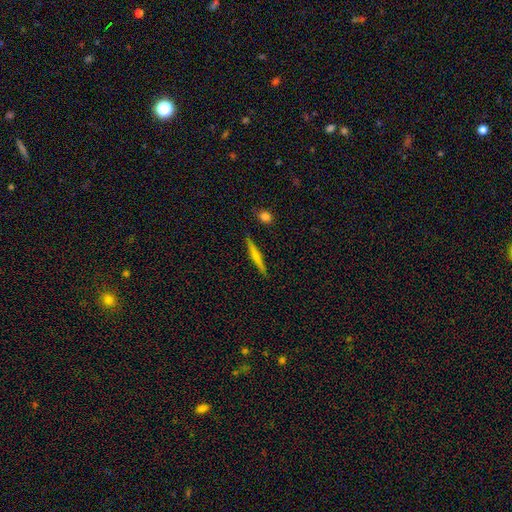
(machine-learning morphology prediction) Overall: smooth (53%; featured or disk 41%). How rounded: cigar-shaped (94%). Merging: none (91%).